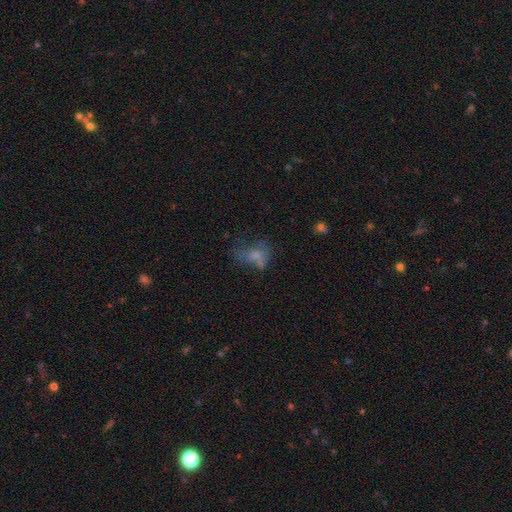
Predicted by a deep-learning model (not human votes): A smooth galaxy with no disk features (55%) that is in between round and cigar-shaped (68%). Merging: major disturbance (31%).